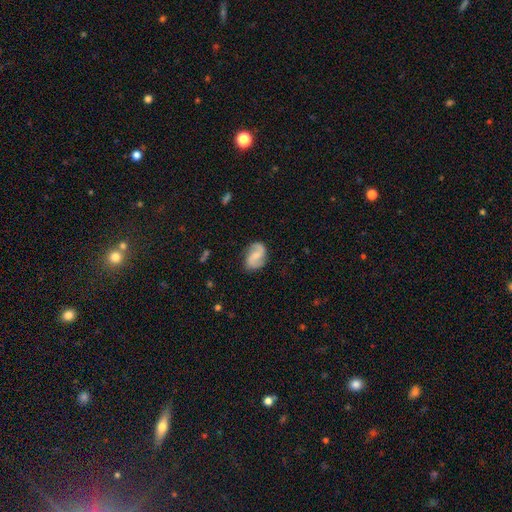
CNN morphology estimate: This is likely a featured or disk galaxy (76%). It is clearly not viewed edge-on (98%). Bar: possibly weak (46%). Spiral arm pattern: clearly yes (95%). Spiral arm count: clearly 2 (91%). Spiral winding: possibly loose (49%). Central bulge: possibly small (45%). Merging: likely none (79%).